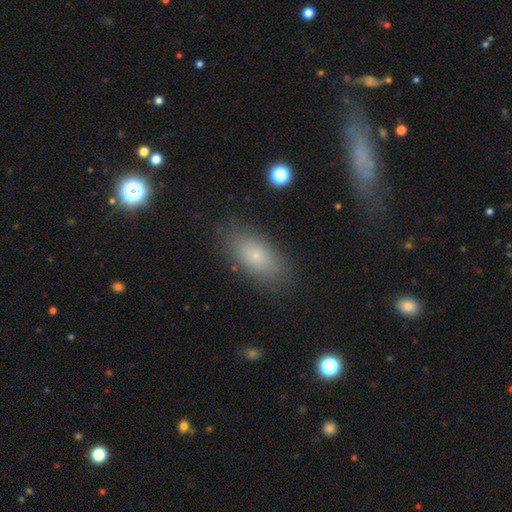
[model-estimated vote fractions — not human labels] The model was most divided on "smooth or featured": smooth: 74%, featured or disk: 15%, star or artifact: 11%. More confident: how rounded — in between (86%); merging — none (84%).